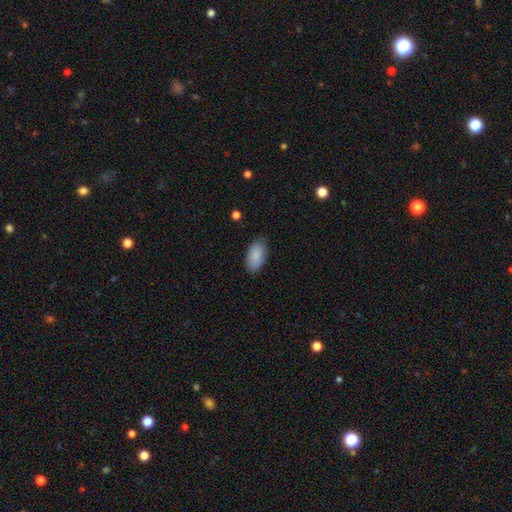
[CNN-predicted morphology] Smooth or featured: smooth — 89% (star or artifact — 6%)
How rounded: in between — 94% (cigar-shaped — 3%)
Merging: none — 83% (minor disturbance — 13%)